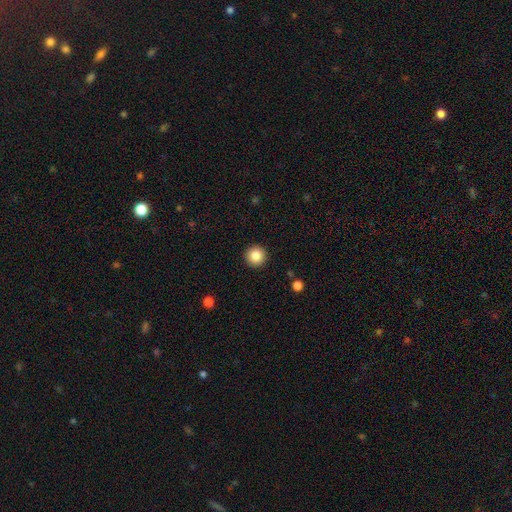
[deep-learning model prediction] This is clearly a smooth galaxy (85%). How rounded: clearly round (96%). Merging: clearly none (93%).